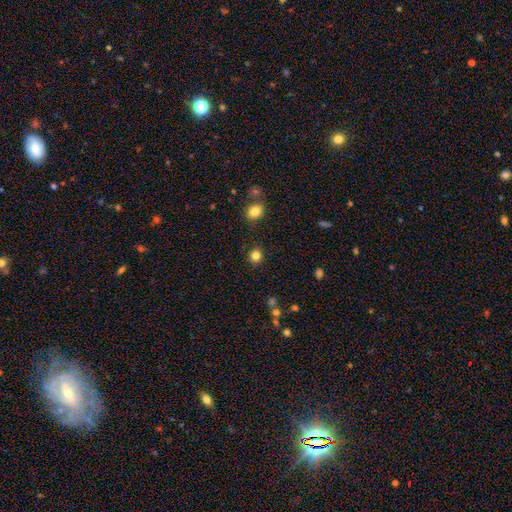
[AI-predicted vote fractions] smooth-or-featured: smooth: 82% | star or artifact: 13% | featured or disk: 5%
  how-rounded: round: 87% | in between: 12% | cigar-shaped: 1%
  merging: none: 89% | minor disturbance: 7% | major disturbance: 2% | merger: 2%